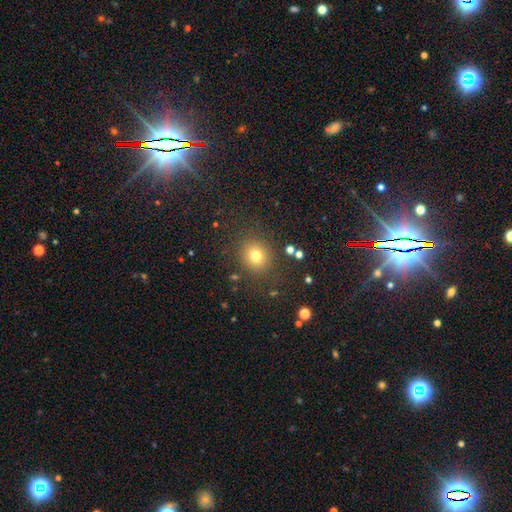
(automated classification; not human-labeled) smooth 75%, star or artifact 16%, featured or disk 8%. Down the decision tree: how rounded — round (79%); merging — none (84%).